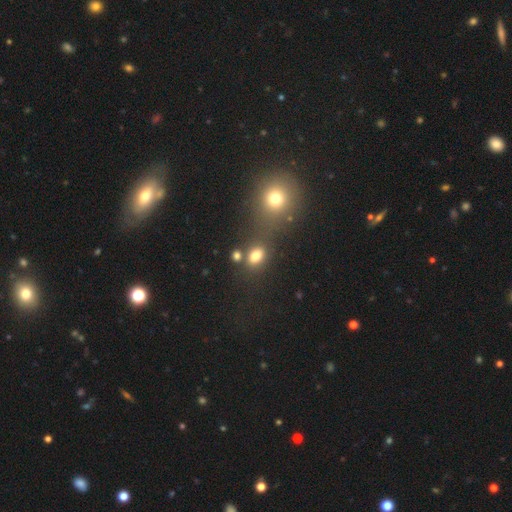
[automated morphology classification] Smooth or featured: smooth — 78% (star or artifact — 15%)
How rounded: in between — 71% (round — 27%)
Merging: none — 63% (merger — 20%)